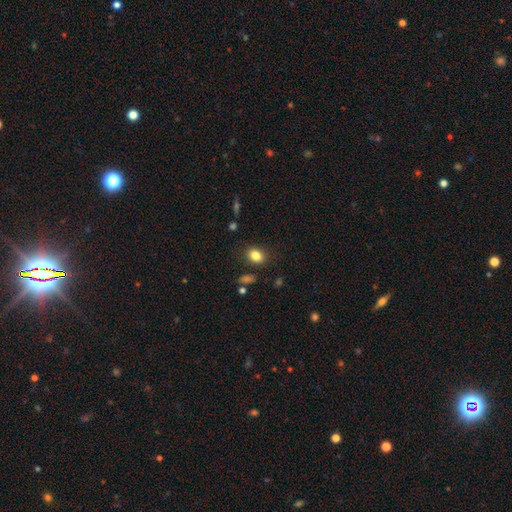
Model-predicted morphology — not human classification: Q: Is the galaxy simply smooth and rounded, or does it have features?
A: smooth — 83%.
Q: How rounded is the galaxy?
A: in between — 67%.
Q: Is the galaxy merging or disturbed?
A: none — 83%.